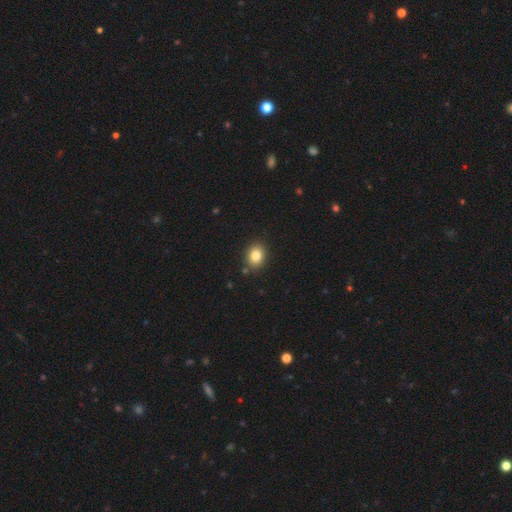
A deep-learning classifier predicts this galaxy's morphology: The model was most divided on "how rounded": in between: 53%, round: 46%, cigar-shaped: 1%. More confident: merging — none (87%); smooth or featured — smooth (83%).